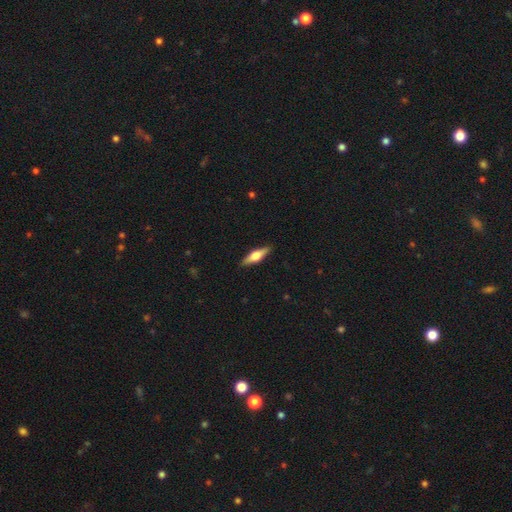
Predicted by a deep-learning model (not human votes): A featured or disk galaxy (53%) viewed edge-on (95%) with a rounded central bulge (93%).

Vote fractions:
- Smooth or featured? featured or disk: 53% / smooth: 41% / star or artifact: 6%
- Edge-on disk? yes: 95% / no: 5%
- Edge-on bulge? rounded: 93% / boxy: 5% / none: 2%
- Merging? none: 90% / minor disturbance: 8% / major disturbance: 2% / merger: 1%